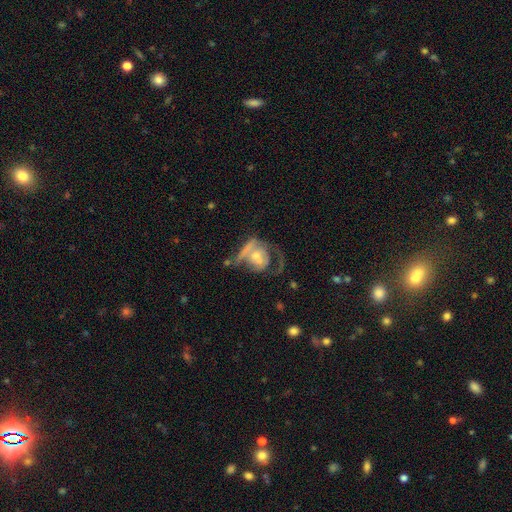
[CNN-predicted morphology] Smooth or featured? Predicted: featured or disk (p=0.63). Edge-on disk? Predicted: no (p=0.94). Bar? Predicted: no (p=0.73). Spiral arms? Predicted: yes (p=0.61). Bulge size? Predicted: small (p=0.45). Merging? Predicted: major disturbance (p=0.38).